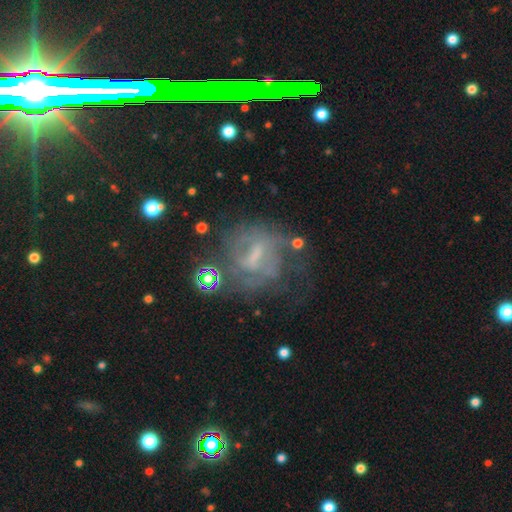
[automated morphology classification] featured or disk 66%, smooth 19%, star or artifact 16%. Down the decision tree: edge-on disk — no (94%); bar — weak (48%); spiral arms — yes (61%); bulge size — none (35%); merging — none (52%).